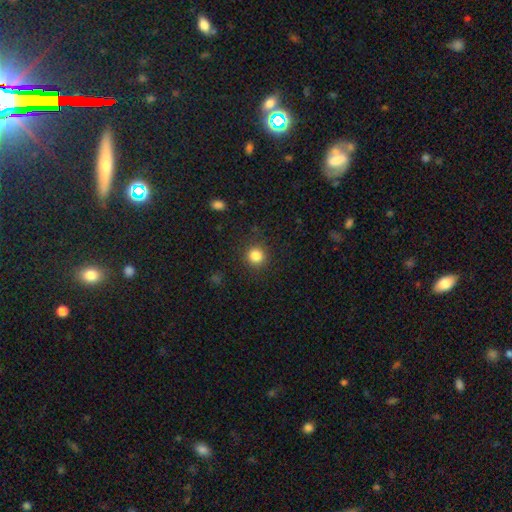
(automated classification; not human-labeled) This is clearly a smooth galaxy (84%). How rounded: clearly round (92%). Merging: clearly none (89%).